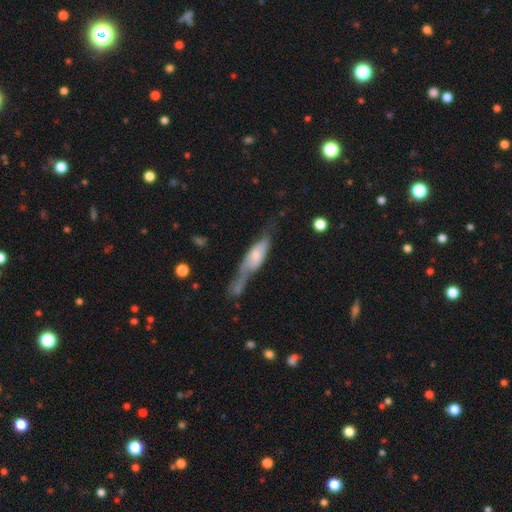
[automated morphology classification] The model was most divided on "smooth or featured": featured or disk: 48%, smooth: 45%, star or artifact: 7%. Remaining: merging — major disturbance (32%).